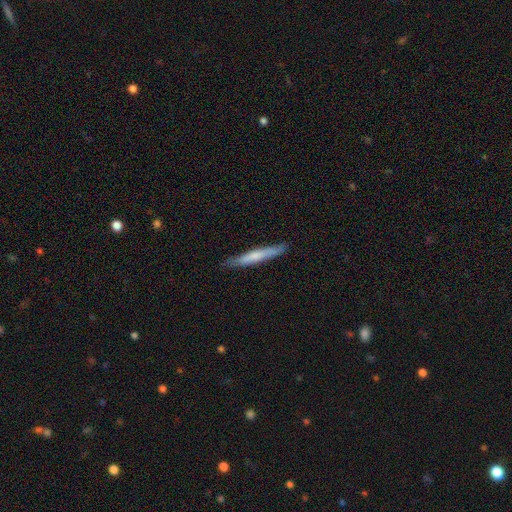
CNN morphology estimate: This appears to be a smooth galaxy with no disk features (61%) that is cigar-shaped (95%). Merging: none (86%).